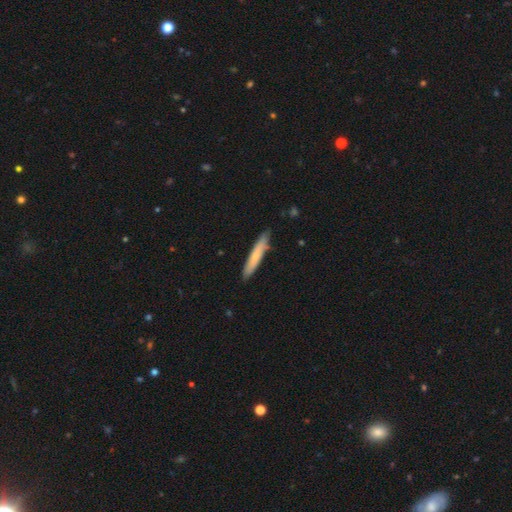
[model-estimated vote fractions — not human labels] The model was most divided on "smooth or featured": smooth: 66%, featured or disk: 28%, star or artifact: 5%. More confident: how rounded — cigar-shaped (93%); merging — none (85%).